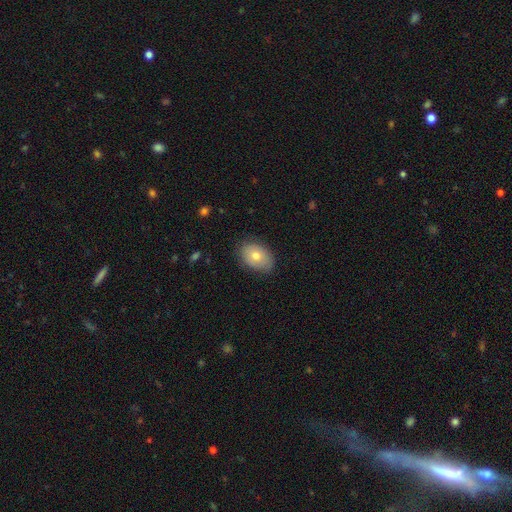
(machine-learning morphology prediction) Smooth or featured?
  - smooth: 73% *
  - featured or disk: 19%
  - star or artifact: 8%
How rounded?
  - in between: 85% *
  - round: 14%
  - cigar-shaped: 1%
Merging?
  - none: 82% *
  - minor disturbance: 14%
  - major disturbance: 3%
  - merger: 1%